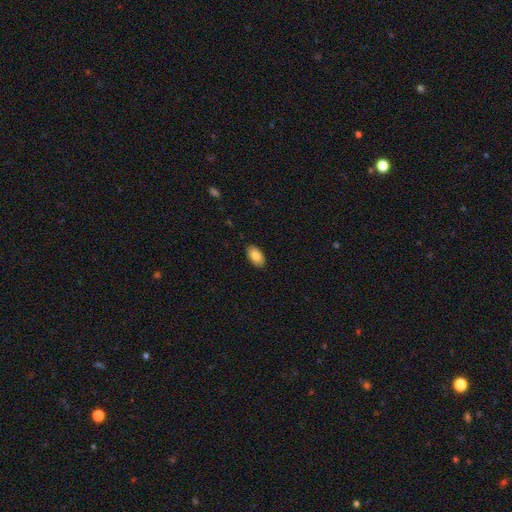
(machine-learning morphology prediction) A smooth galaxy with no disk features (84%) that is in between round and cigar-shaped (95%).

Vote fractions:
- Smooth or featured? smooth: 84% / featured or disk: 9% / star or artifact: 7%
- How rounded? in between: 95% / round: 4% / cigar-shaped: 2%
- Merging? none: 89% / minor disturbance: 8% / major disturbance: 2% / merger: 1%